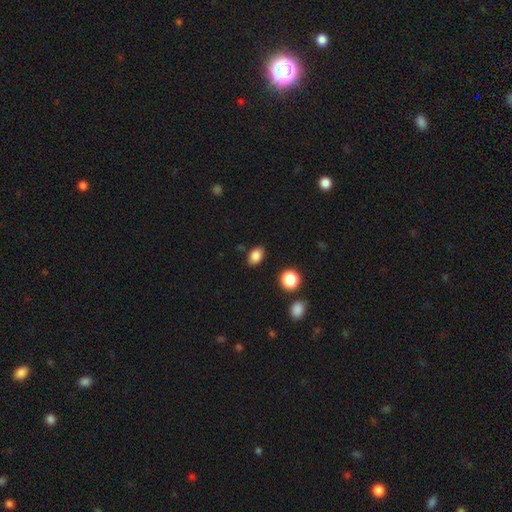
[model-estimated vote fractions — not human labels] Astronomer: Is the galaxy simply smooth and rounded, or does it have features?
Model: smooth — 85%.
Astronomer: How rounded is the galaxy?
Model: in between — 81%.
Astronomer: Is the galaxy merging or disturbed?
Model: none — 84%.